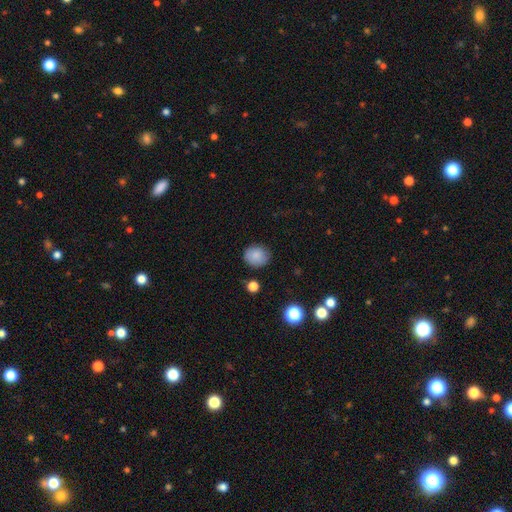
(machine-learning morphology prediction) This appears to be a smooth galaxy with no disk features (85%) that is round (73%). Merging: none (81%).